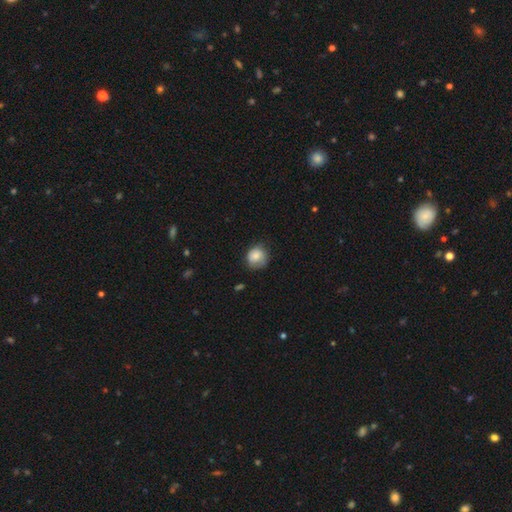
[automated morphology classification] This is likely a smooth galaxy (79%). How rounded: likely round (78%). Merging: likely none (63%).